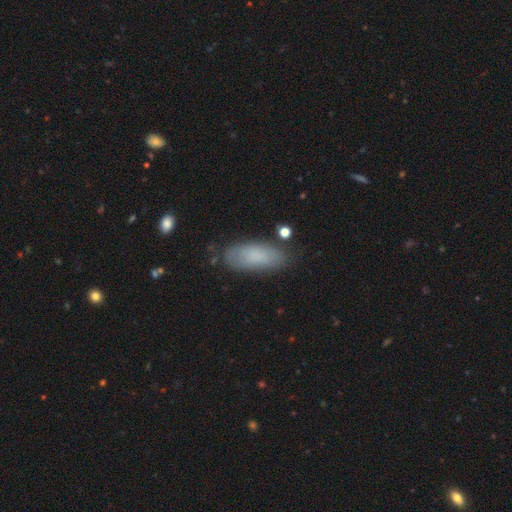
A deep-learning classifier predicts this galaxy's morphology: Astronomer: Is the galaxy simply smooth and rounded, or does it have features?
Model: smooth — 79%.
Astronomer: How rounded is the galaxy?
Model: in between — 81%.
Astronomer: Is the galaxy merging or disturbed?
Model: none — 74%.